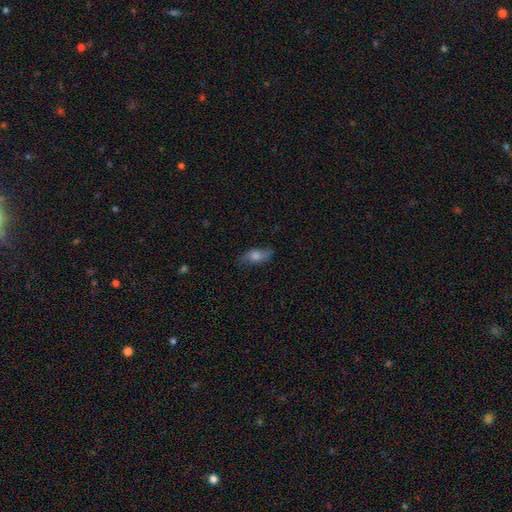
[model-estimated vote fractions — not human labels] This is possibly a smooth galaxy (58%). How rounded: likely in between (73%). Merging: likely none (77%).